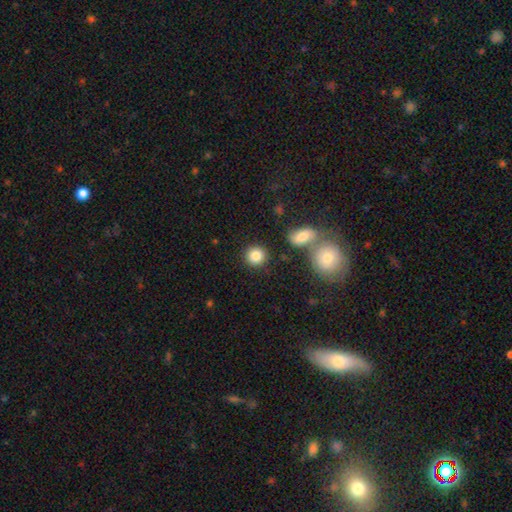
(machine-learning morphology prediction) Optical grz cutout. It shows a smooth galaxy with no disk features (85%) that is round (88%). Merging: none (85%).